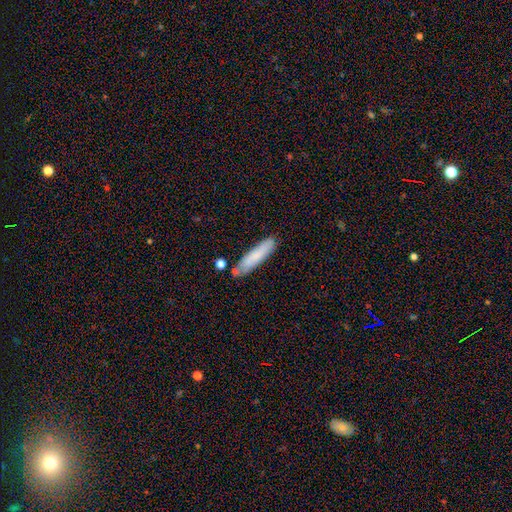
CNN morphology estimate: Overall: smooth (78%). How rounded: cigar-shaped (79%). Merging: none (76%).